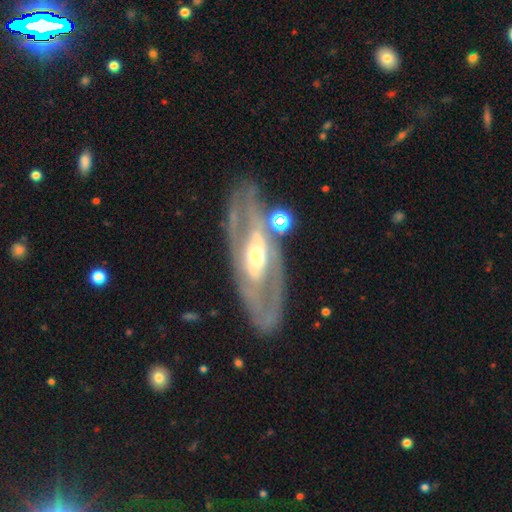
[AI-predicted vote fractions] This appears to be a featured or disk galaxy (83%) with no bar (45%), 2 (61%) tight (51%) spiral arms (70%) and a moderate central bulge (68%). Merging: none (74%).